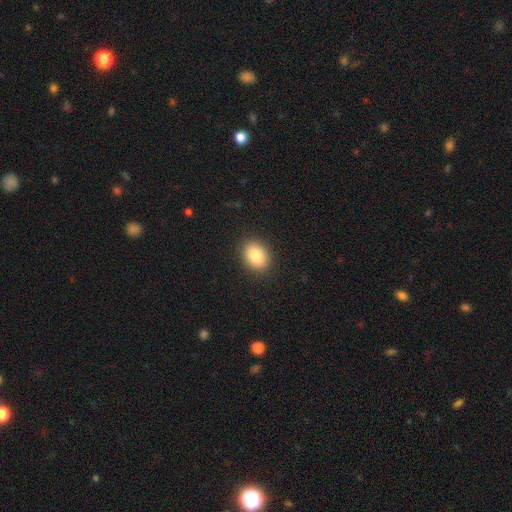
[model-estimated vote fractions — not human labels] Smooth or featured? Predicted: smooth (p=0.84). How rounded? Predicted: in between (p=0.60). Merging? Predicted: none (p=0.89).